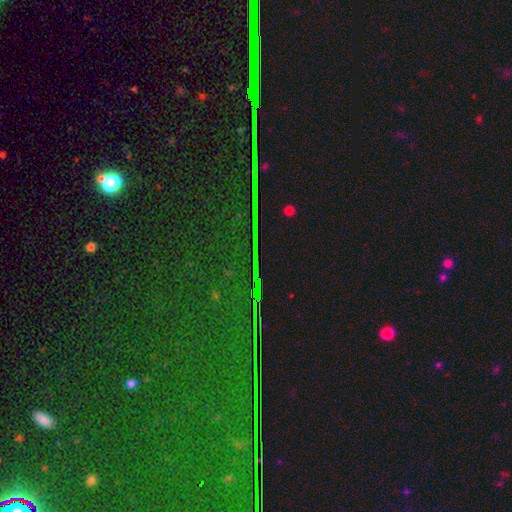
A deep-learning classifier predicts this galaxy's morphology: type=star or artifact (82%).